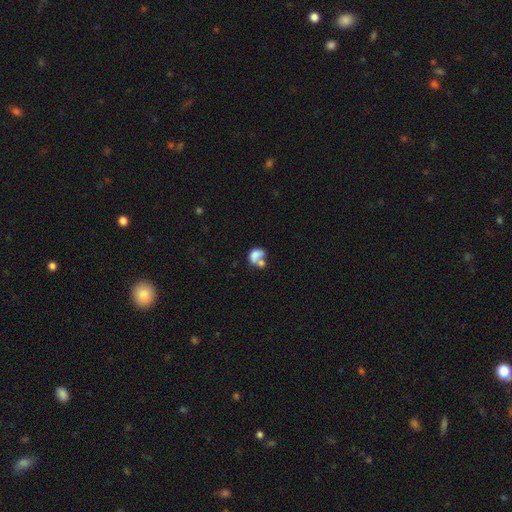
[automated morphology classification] A smooth galaxy with no disk features (64%) that is in between round and cigar-shaped (70%).

Vote fractions:
- Smooth or featured? smooth: 64% / featured or disk: 26% / star or artifact: 10%
- How rounded? in between: 70% / round: 28% / cigar-shaped: 2%
- Merging? merger: 59% / none: 18% / major disturbance: 12% / minor disturbance: 11%